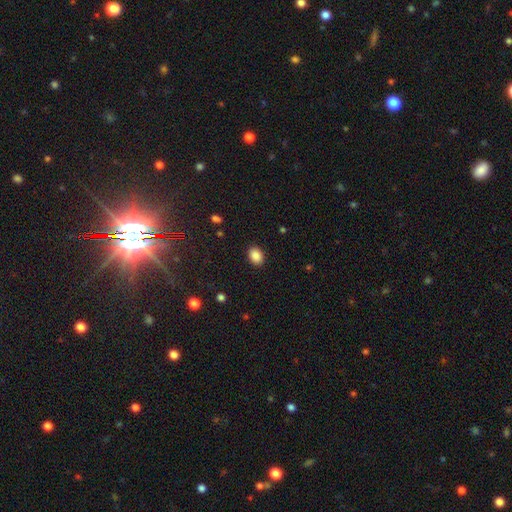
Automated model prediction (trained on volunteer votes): This appears to be a smooth galaxy with no disk features (88%) that is in between round and cigar-shaped (75%). Merging: none (90%).